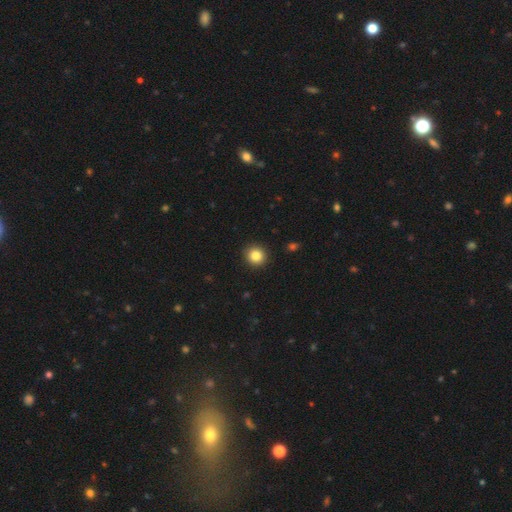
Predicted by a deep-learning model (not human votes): Smooth or featured?
  - smooth: 85% *
  - star or artifact: 10%
  - featured or disk: 5%
How rounded?
  - round: 90% *
  - in between: 10%
  - cigar-shaped: 1%
Merging?
  - none: 92% *
  - minor disturbance: 5%
  - major disturbance: 2%
  - merger: 1%